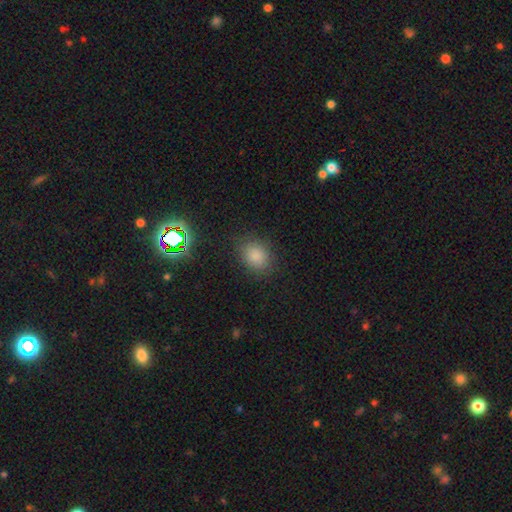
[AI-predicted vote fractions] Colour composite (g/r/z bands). It shows a smooth galaxy with no disk features (83%) that is round (51%). Merging: none (82%).